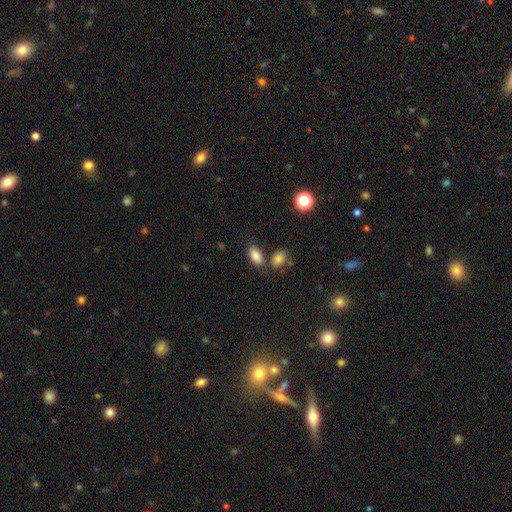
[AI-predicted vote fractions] Smooth or featured: smooth — 85% (star or artifact — 9%)
How rounded: in between — 91% (round — 6%)
Merging: none — 64% (merger — 18%)